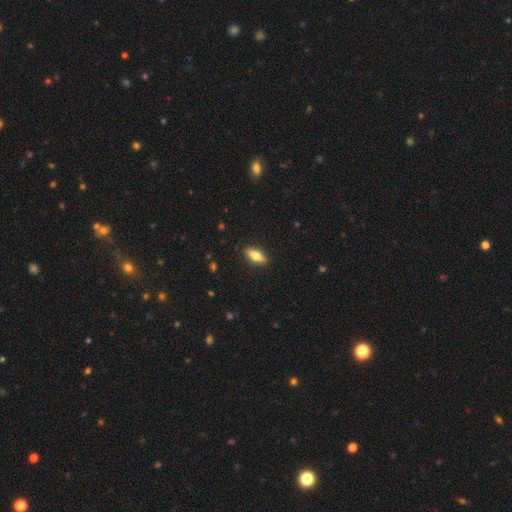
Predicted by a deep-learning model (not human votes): smooth 74%, featured or disk 19%, star or artifact 6%. Down the decision tree: how rounded — in between (75%); merging — none (89%).